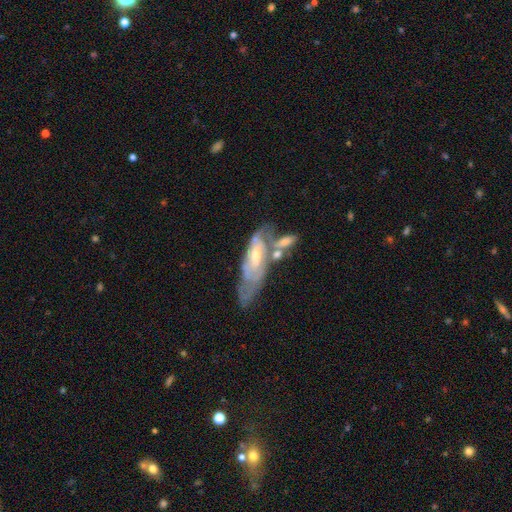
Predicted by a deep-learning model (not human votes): Morphology: type=featured or disk (70%); edge-on=no (81%); bar=no (61%); spiral arms=yes (67%); bulge=small (50%); merging=merger (34%).